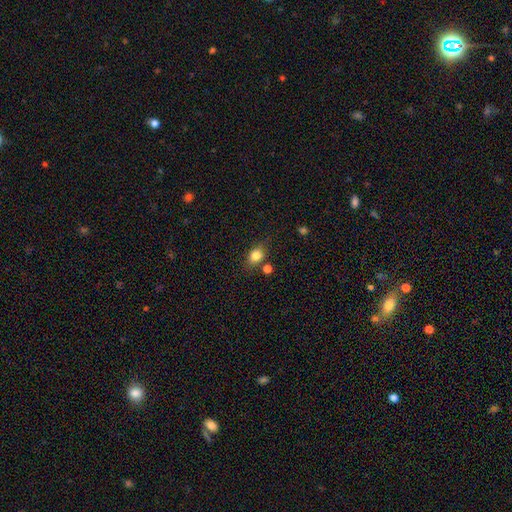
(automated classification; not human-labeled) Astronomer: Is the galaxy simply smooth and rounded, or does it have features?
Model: smooth — 81%.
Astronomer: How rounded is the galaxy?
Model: in between — 60% (runner-up: round, 38%).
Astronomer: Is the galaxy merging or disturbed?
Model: none — 72%.